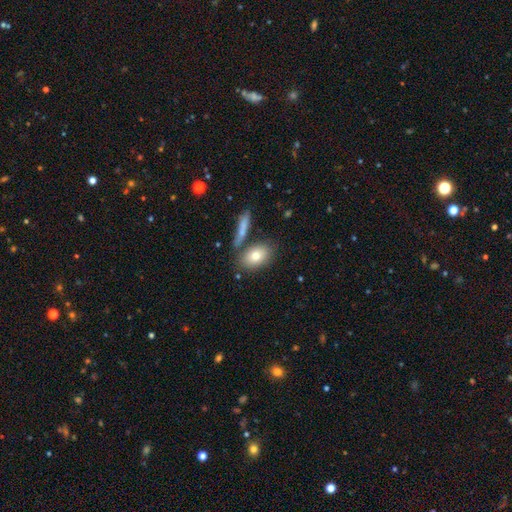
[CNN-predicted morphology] This is likely a smooth galaxy (75%). How rounded: clearly in between (83%). Merging: likely none (70%).